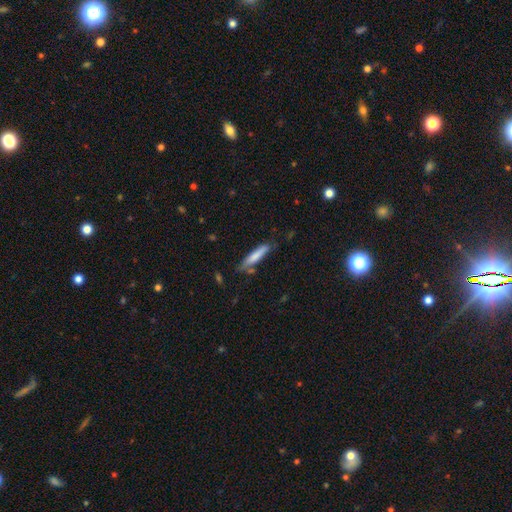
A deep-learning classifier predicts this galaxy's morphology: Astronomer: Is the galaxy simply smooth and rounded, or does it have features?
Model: smooth — 75%.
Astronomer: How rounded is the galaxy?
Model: cigar-shaped — 88%.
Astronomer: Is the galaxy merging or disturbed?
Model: none — 72%.